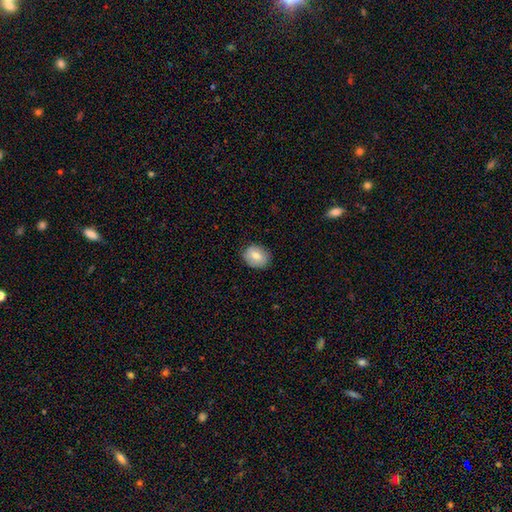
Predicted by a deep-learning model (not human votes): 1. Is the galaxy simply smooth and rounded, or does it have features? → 76% smooth, 16% featured or disk, 8% star or artifact.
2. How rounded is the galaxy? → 56% round, 43% in between, 1% cigar-shaped.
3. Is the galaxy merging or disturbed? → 85% none, 12% minor disturbance, 3% major disturbance, 1% merger.